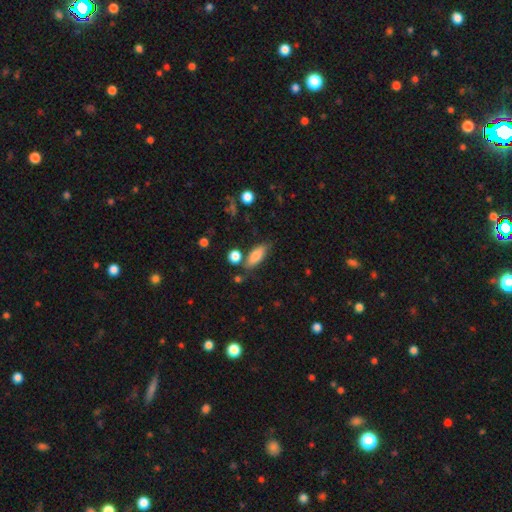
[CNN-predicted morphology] Smooth or featured?
  - smooth: 79% *
  - featured or disk: 14%
  - star or artifact: 7%
How rounded?
  - in between: 68% *
  - cigar-shaped: 28%
  - round: 3%
Merging?
  - none: 72% *
  - minor disturbance: 17%
  - merger: 8%
  - major disturbance: 4%